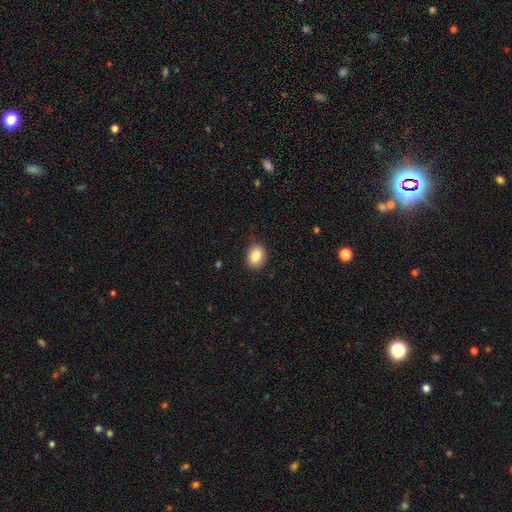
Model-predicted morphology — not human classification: This is clearly a smooth galaxy (87%). How rounded: likely in between (71%). Merging: clearly none (86%).